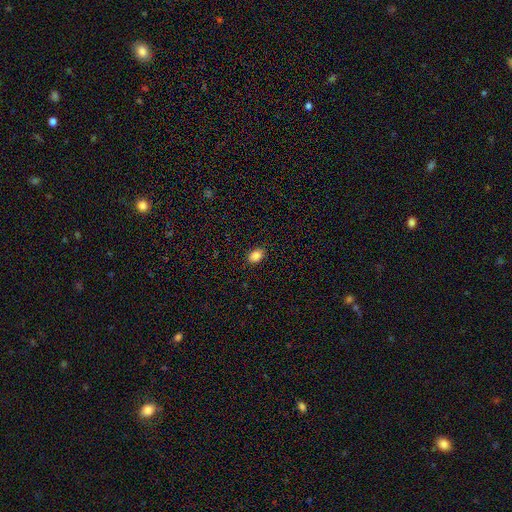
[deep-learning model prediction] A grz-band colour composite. It shows a smooth galaxy with no disk features (87%) that is in between round and cigar-shaped (77%). Merging: none (88%).